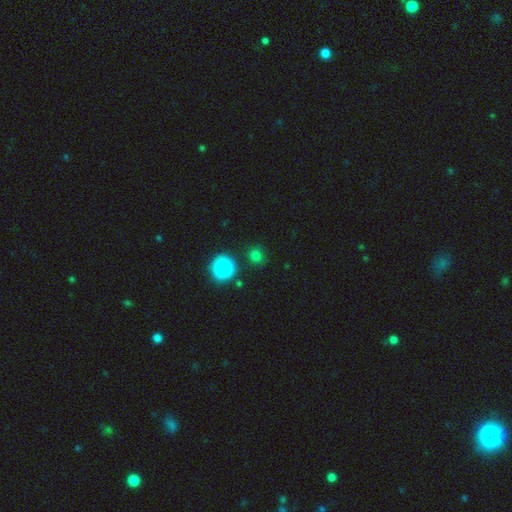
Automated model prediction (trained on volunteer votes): smooth-or-featured: smooth: 72% | star or artifact: 23% | featured or disk: 5%
  how-rounded: round: 88% | in between: 11% | cigar-shaped: 1%
  merging: none: 85% | minor disturbance: 9% | merger: 3% | major disturbance: 3%